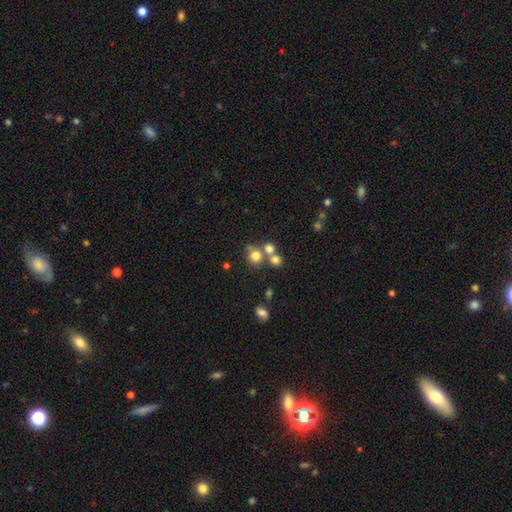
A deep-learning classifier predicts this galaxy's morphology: Smooth or featured? Predicted: smooth (p=0.75). How rounded? Predicted: round (p=0.85). Merging? Predicted: none (p=0.51).